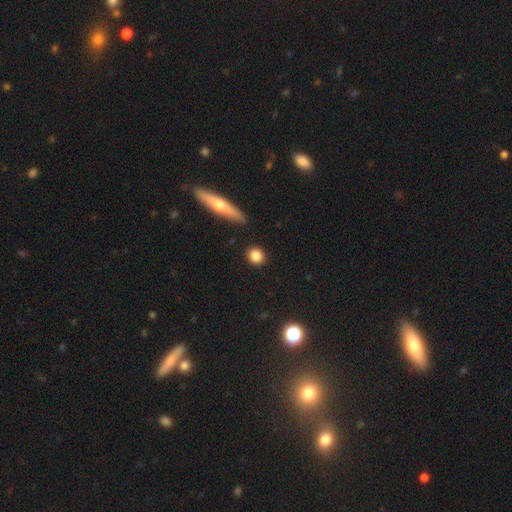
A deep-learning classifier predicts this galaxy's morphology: A smooth galaxy with no disk features (85%) that is round (84%). Merging: none (90%).